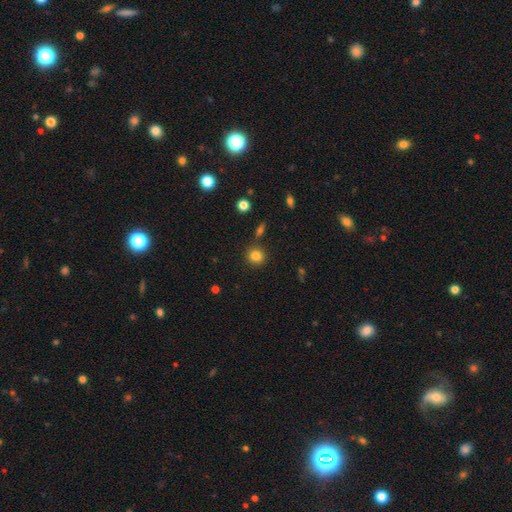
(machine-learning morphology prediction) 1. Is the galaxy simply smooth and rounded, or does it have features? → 82% smooth, 12% star or artifact, 6% featured or disk.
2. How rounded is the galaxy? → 89% round, 10% in between, 1% cigar-shaped.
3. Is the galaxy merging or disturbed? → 83% none, 8% minor disturbance, 6% merger, 3% major disturbance.